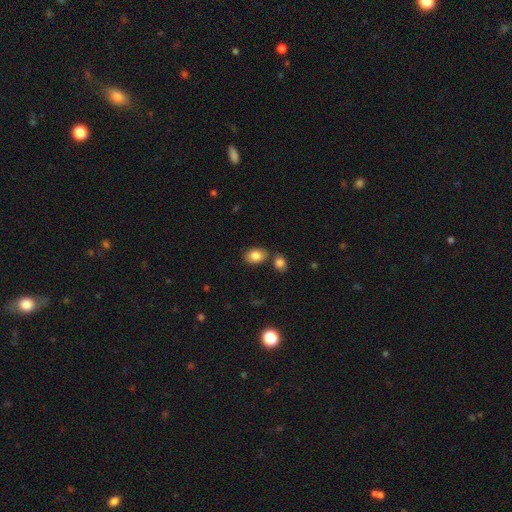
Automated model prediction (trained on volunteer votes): Smooth or featured? smooth (85%)
How rounded? in between (82%)
Merging? none (71%)